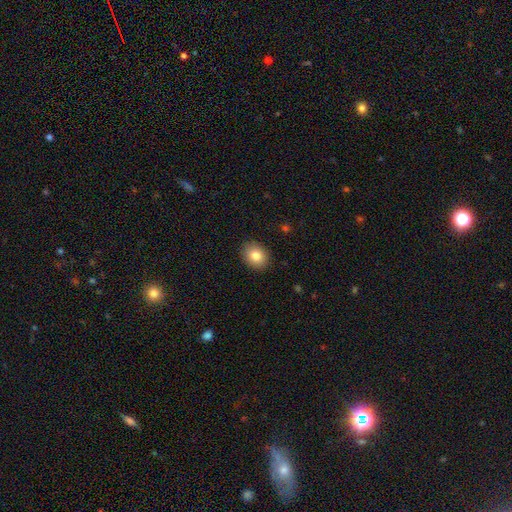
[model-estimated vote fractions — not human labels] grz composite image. It shows a smooth galaxy with no disk features (83%) that is round (53%). Merging: none (89%).